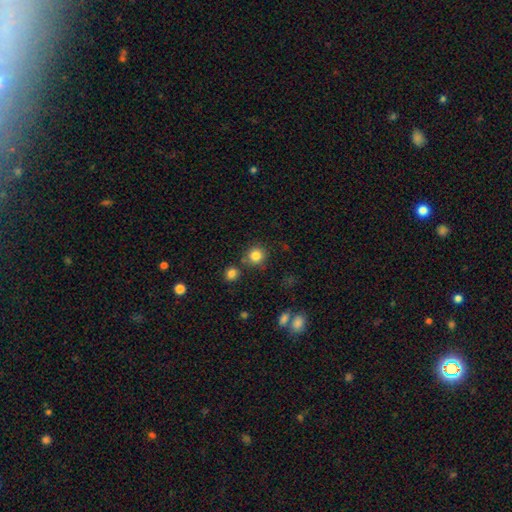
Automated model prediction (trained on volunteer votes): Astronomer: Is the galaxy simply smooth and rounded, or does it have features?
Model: smooth — 83%.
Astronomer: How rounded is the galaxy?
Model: round — 92%.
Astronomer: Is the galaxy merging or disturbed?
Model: none — 81%.